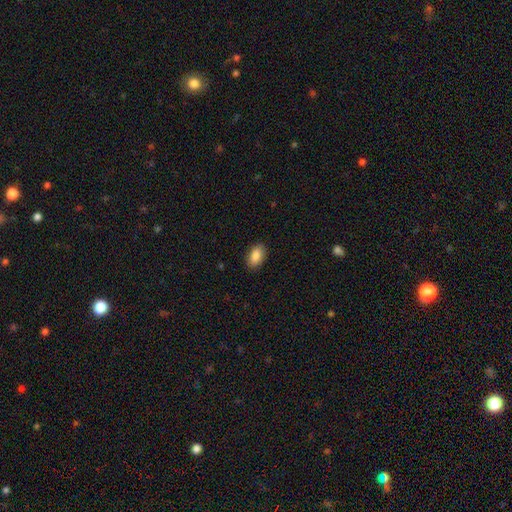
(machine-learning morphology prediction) A smooth galaxy with no disk features (87%) that is in between round and cigar-shaped (93%).

Vote fractions:
- Smooth or featured? smooth: 87% / star or artifact: 7% / featured or disk: 6%
- How rounded? in between: 93% / round: 5% / cigar-shaped: 2%
- Merging? none: 89% / minor disturbance: 8% / major disturbance: 2% / merger: 1%